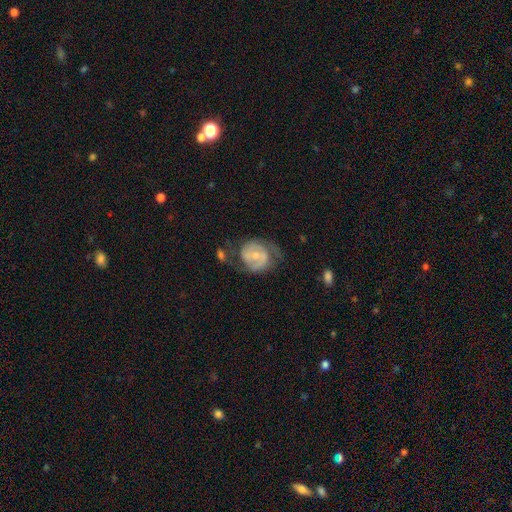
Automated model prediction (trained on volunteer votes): Overall: featured or disk (69%). Edge-on disk: no (97%). Bar: no (48%; weak 39%). Spiral arms: yes (76%). Spiral arm count: 2 (67%). Spiral winding: medium (42%; tight 38%). Bulge size: small (52%; moderate 42%). Merging: none (47%; minor disturbance 24%).